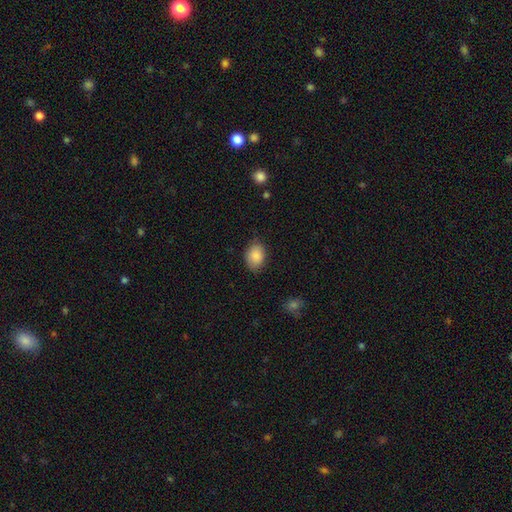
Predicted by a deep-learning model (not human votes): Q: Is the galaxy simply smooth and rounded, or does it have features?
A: smooth — 88%.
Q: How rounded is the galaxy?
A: in between — 76%.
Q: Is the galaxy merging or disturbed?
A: none — 79%.